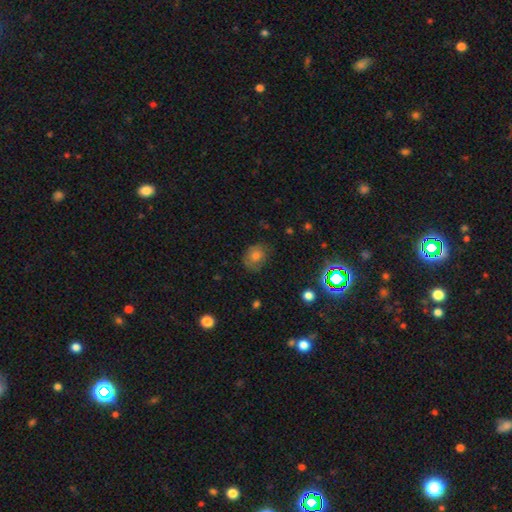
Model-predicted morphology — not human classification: A smooth galaxy with no disk features (63%) that is round (50%). Merging: none (72%).